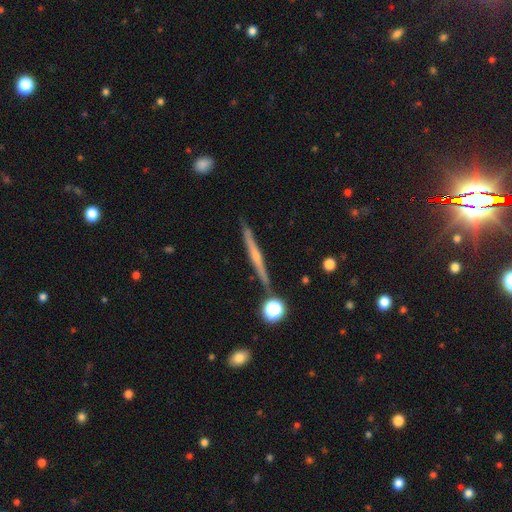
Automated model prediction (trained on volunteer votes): A featured or disk galaxy (67%) viewed edge-on (97%) with a rounded central bulge (54%).

Vote fractions:
- Smooth or featured? featured or disk: 67% / smooth: 25% / star or artifact: 8%
- Edge-on disk? yes: 97% / no: 3%
- Edge-on bulge? rounded: 54% / none: 39% / boxy: 8%
- Merging? none: 87% / minor disturbance: 8% / merger: 3% / major disturbance: 2%